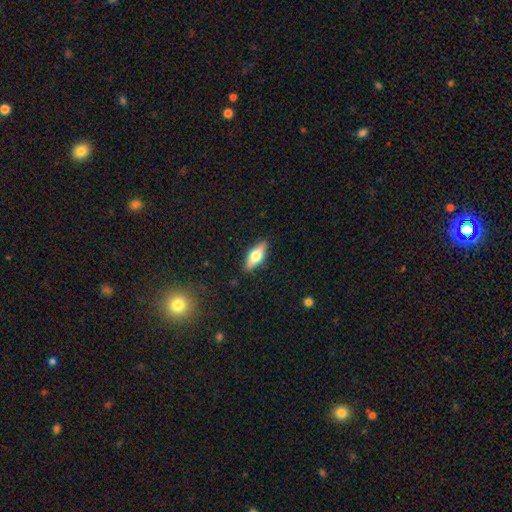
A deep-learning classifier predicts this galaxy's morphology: type=smooth (59%); roundness=in between (68%); merging=none (88%).